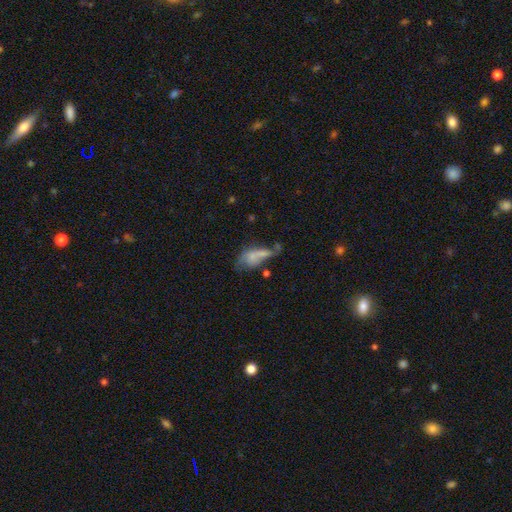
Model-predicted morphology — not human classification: A smooth galaxy with no disk features (56%) that is in between round and cigar-shaped (73%). Merging: major disturbance (32%).